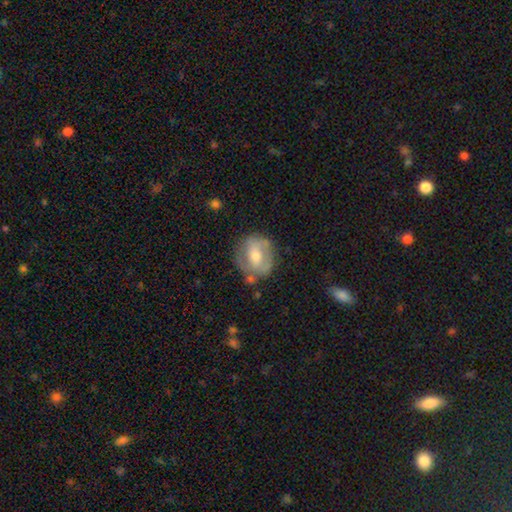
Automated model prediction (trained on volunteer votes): Smooth or featured? Predicted: featured or disk (p=0.61). Edge-on disk? Predicted: no (p=0.96). Bar? Predicted: weak (p=0.44). Spiral arms? Predicted: yes (p=0.70). Bulge size? Predicted: moderate (p=0.65). Merging? Predicted: none (p=0.69).